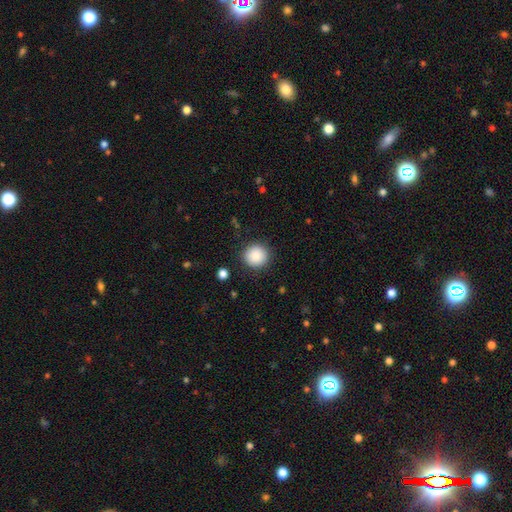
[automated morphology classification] smooth-or-featured: smooth: 88% | star or artifact: 8% | featured or disk: 4%
  how-rounded: round: 93% | in between: 6% | cigar-shaped: 1%
  merging: none: 90% | minor disturbance: 7% | major disturbance: 2% | merger: 1%